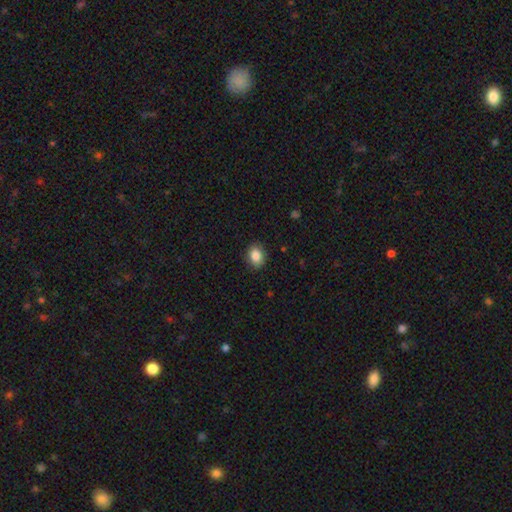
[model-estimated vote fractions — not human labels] smooth-or-featured: smooth: 86% | star or artifact: 8% | featured or disk: 6%
  how-rounded: in between: 61% | round: 38% | cigar-shaped: 1%
  merging: none: 88% | minor disturbance: 9% | major disturbance: 2% | merger: 1%